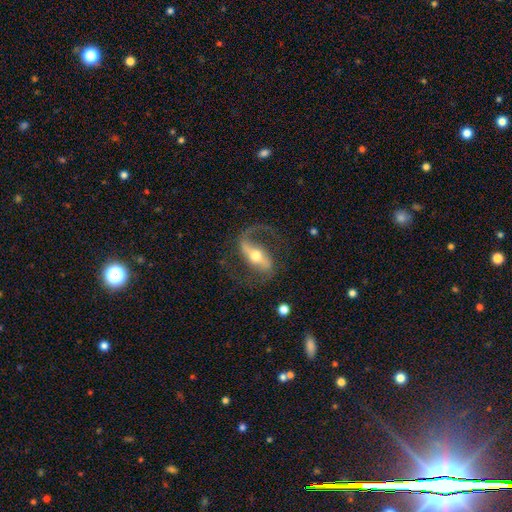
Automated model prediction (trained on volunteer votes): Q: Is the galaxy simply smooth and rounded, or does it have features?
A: featured or disk — 88%.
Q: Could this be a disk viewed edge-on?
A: no — 93%.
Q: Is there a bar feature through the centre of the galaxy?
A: strong — 59%.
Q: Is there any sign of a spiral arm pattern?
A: yes — 95%.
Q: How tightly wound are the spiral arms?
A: loose — 46%.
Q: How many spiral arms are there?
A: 2 — 82%.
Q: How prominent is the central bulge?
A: moderate — 68%.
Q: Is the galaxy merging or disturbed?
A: none — 70%.